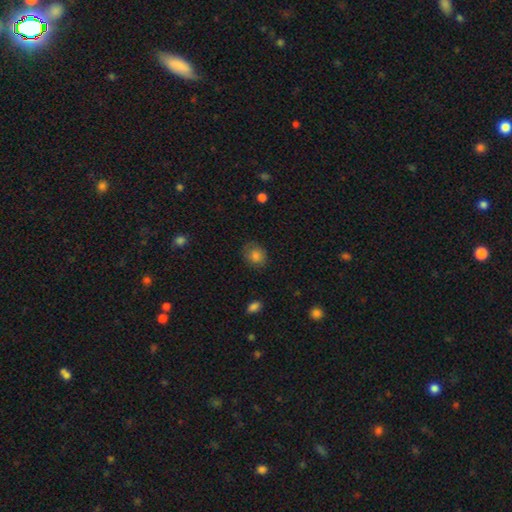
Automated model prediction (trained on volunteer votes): A smooth galaxy with no disk features (81%) that is round (62%).

Vote fractions:
- Smooth or featured? smooth: 81% / star or artifact: 11% / featured or disk: 8%
- How rounded? round: 62% / in between: 37% / cigar-shaped: 1%
- Merging? none: 76% / minor disturbance: 18% / major disturbance: 4% / merger: 1%